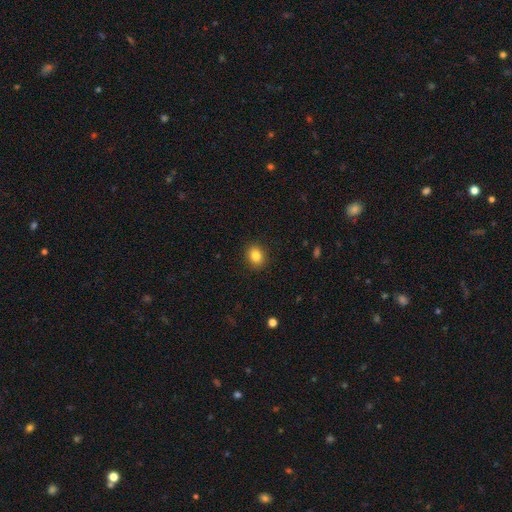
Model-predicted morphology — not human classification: A smooth galaxy with no disk features (83%) that is round (56%).

Vote fractions:
- Smooth or featured? smooth: 83% / star or artifact: 10% / featured or disk: 7%
- How rounded? round: 56% / in between: 43% / cigar-shaped: 1%
- Merging? none: 90% / minor disturbance: 7% / major disturbance: 2% / merger: 1%